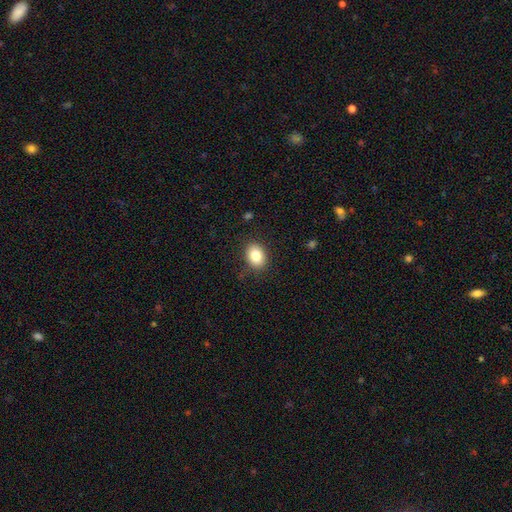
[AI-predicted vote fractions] This appears to be a smooth galaxy with no disk features (83%) that is in between round and cigar-shaped (65%). Merging: none (85%).